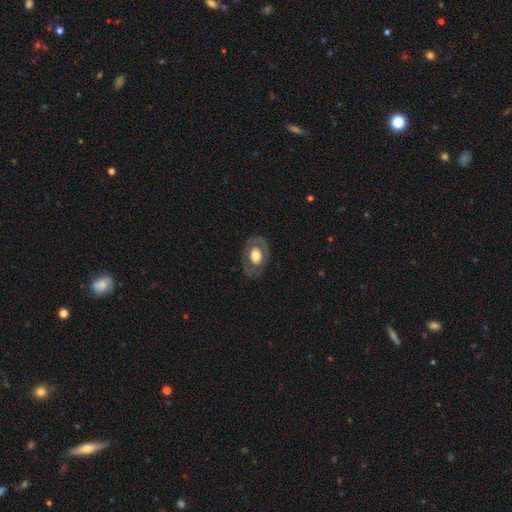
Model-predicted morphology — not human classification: Smooth or featured: smooth — 47% (featured or disk — 46%)
Merging: none — 78% (minor disturbance — 15%)